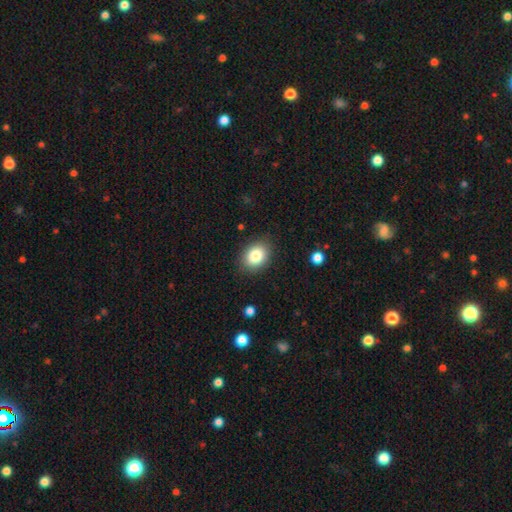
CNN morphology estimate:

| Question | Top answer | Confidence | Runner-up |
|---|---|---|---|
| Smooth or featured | smooth | 83% | star or artifact (9%) |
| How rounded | in between | 67% | round (32%) |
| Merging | none | 86% | minor disturbance (10%) |